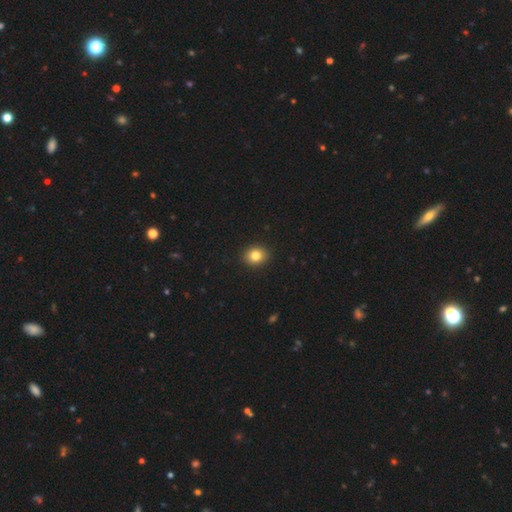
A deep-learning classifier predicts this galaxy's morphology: This appears to be a smooth galaxy with no disk features (82%) that is round (64%). Merging: none (92%).